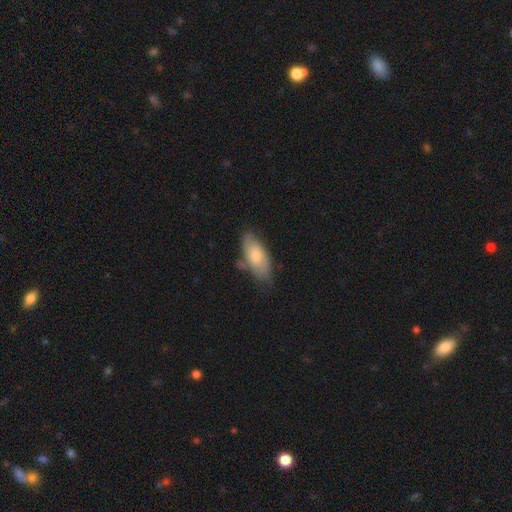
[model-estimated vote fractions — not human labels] Q: Smooth or featured?
A: smooth (66%); runner-up: featured or disk (28%)
Q: How rounded?
A: in between (87%); runner-up: cigar-shaped (11%)
Q: Merging?
A: none (60%); runner-up: minor disturbance (27%)